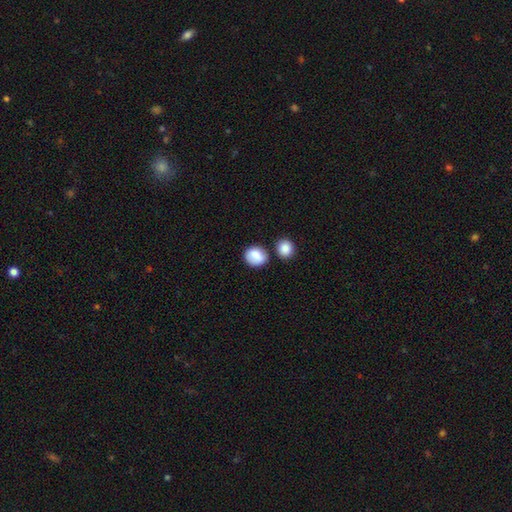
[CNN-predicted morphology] This appears to be a smooth galaxy with no disk features (85%) that is round (72%). Merging: none (67%).